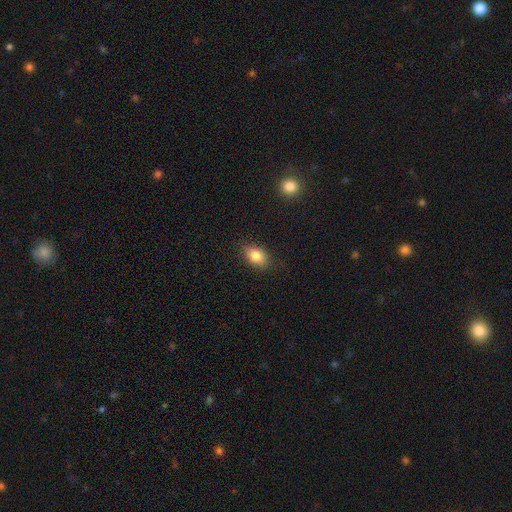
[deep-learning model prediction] smooth 85%, star or artifact 9%, featured or disk 7%. Down the decision tree: how rounded — in between (83%); merging — none (86%).